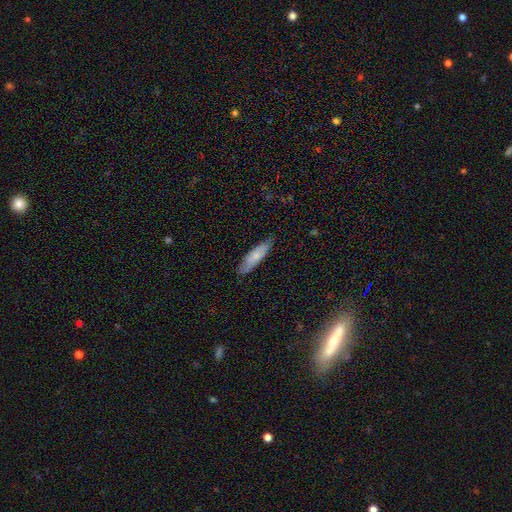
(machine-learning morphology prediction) type=smooth (71%); roundness=cigar-shaped (64%); merging=none (82%).